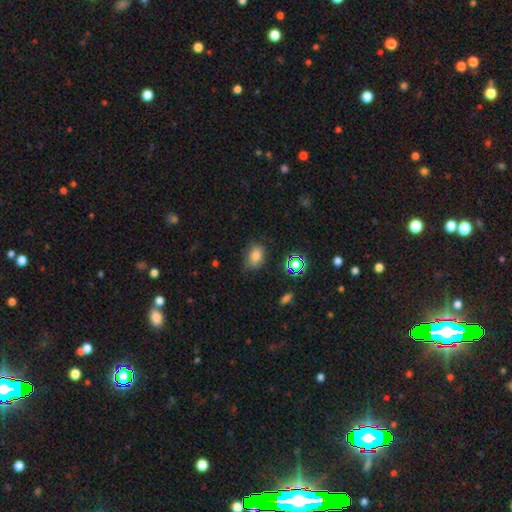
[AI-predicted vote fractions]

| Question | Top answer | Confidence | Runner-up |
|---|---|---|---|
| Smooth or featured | smooth | 79% | star or artifact (14%) |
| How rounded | in between | 74% | round (24%) |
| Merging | none | 71% | minor disturbance (21%) |